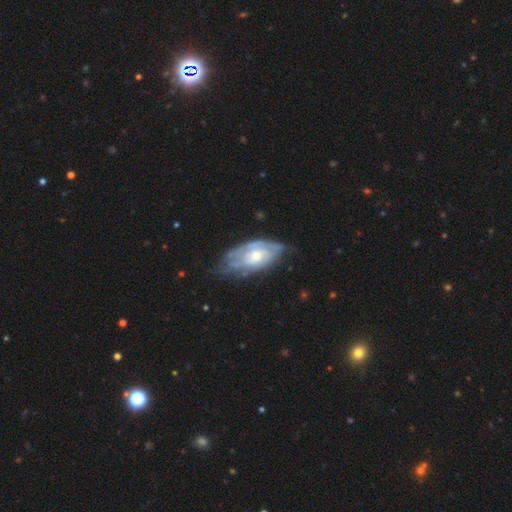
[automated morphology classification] Smooth or featured? Predicted: featured or disk (p=0.74). Edge-on disk? Predicted: no (p=0.92). Bar? Predicted: no (p=0.74). Spiral arms? Predicted: yes (p=0.80). Spiral winding? Predicted: tight (p=0.64). Spiral arm count? Predicted: can't tell (p=0.57). Bulge size? Predicted: moderate (p=0.54). Merging? Predicted: none (p=0.54).